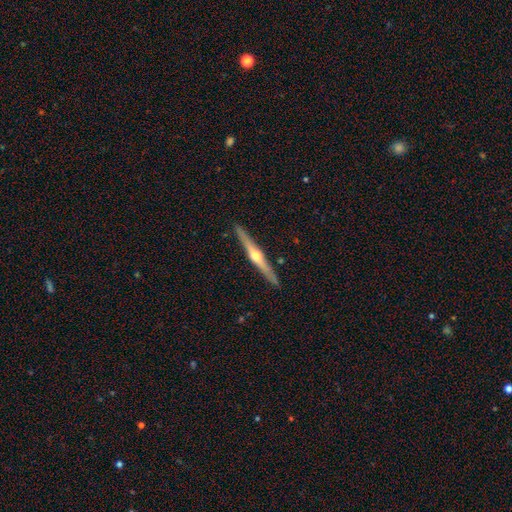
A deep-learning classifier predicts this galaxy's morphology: type=featured or disk (76%); edge-on=yes (98%); edge-on bulge=rounded (92%); merging=none (90%).